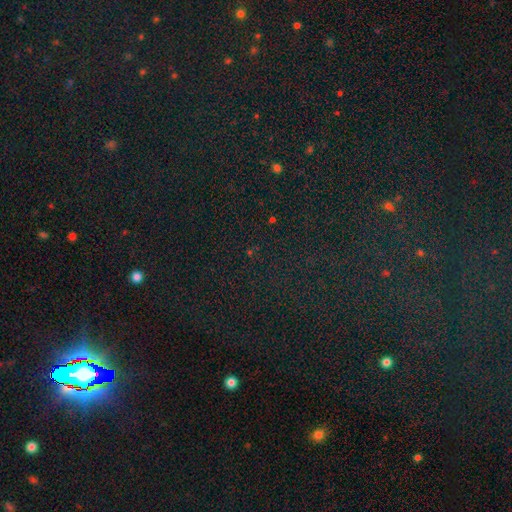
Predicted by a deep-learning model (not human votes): Smooth or featured? Predicted: star or artifact (p=0.82).